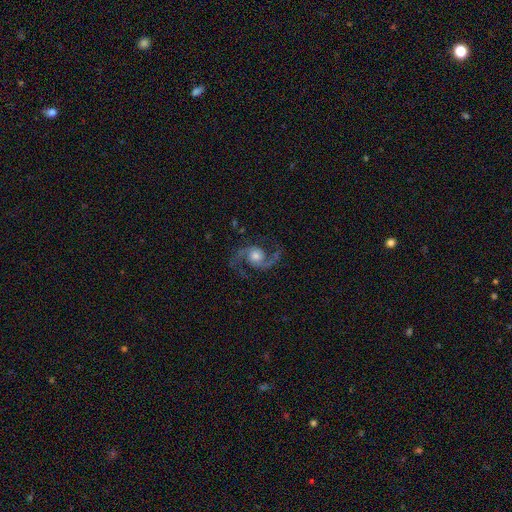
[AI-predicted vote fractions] Smooth or featured?
  - featured or disk: 92% *
  - star or artifact: 5%
  - smooth: 4%
Edge-on disk?
  - no: 98% *
  - yes: 2%
Bar?
  - no: 69% *
  - weak: 25%
  - strong: 6%
Spiral arms?
  - yes: 98% *
  - no: 2%
Spiral winding?
  - medium: 55% *
  - loose: 36%
  - tight: 9%
Spiral arm count?
  - 2: 94% *
  - can't tell: 1%
  - 3: 1%
  - 1: 1%
  - 4: 1%
  - more than 4: 1%
Bulge size?
  - moderate: 55% *
  - large: 20%
  - small: 19%
  - none: 3%
  - dominant: 2%
Merging?
  - none: 81% *
  - minor disturbance: 12%
  - major disturbance: 6%
  - merger: 1%